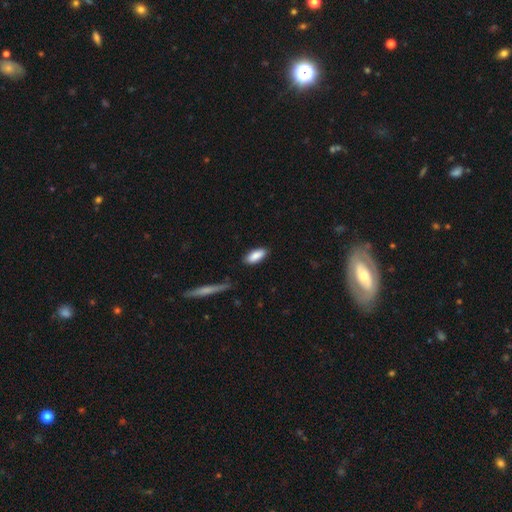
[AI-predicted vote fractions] This is clearly a smooth galaxy (87%). How rounded: clearly in between (81%). Merging: clearly none (86%).